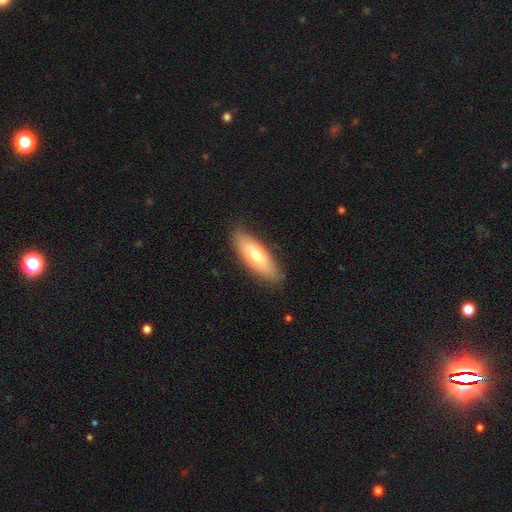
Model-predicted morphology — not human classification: This is likely a smooth galaxy (67%). How rounded: likely in between (62%). Merging: clearly none (85%).